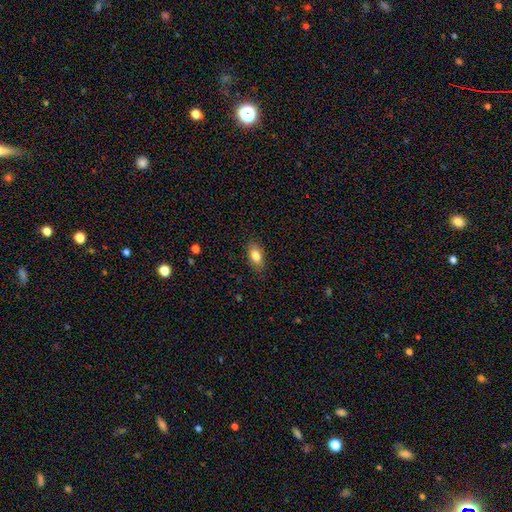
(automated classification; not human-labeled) The model was most divided on "merging": none: 85%, minor disturbance: 12%, major disturbance: 3%, merger: 1%. More confident: how rounded — in between (88%); smooth or featured — smooth (83%).